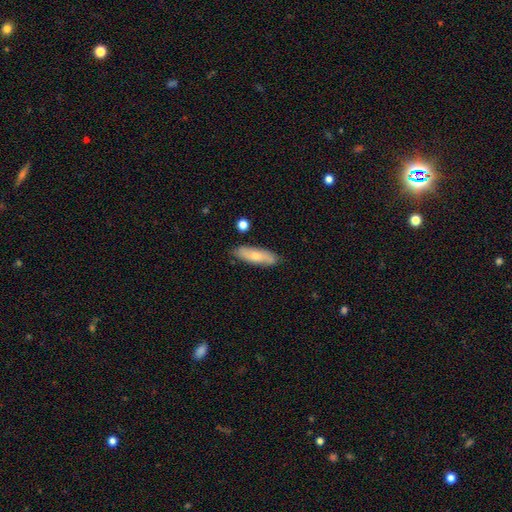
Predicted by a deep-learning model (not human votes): smooth_or_featured: smooth (p=0.65) [alt: featured or disk p=0.29]
how_rounded: cigar-shaped (p=0.50) [alt: in between p=0.48]
merging: none (p=0.81) [alt: minor disturbance p=0.14]